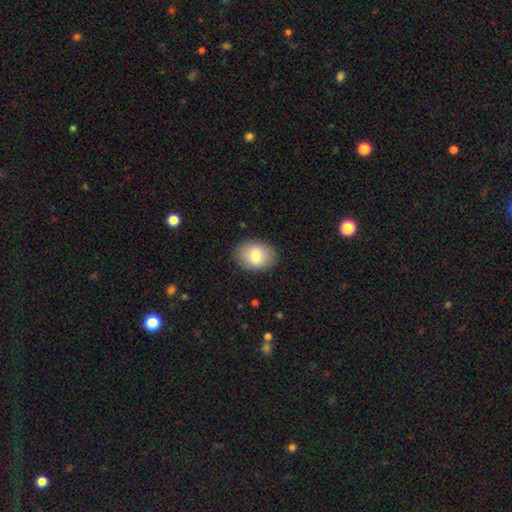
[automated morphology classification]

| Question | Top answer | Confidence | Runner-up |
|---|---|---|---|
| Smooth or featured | smooth | 79% | featured or disk (14%) |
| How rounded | in between | 73% | round (26%) |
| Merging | none | 86% | minor disturbance (10%) |